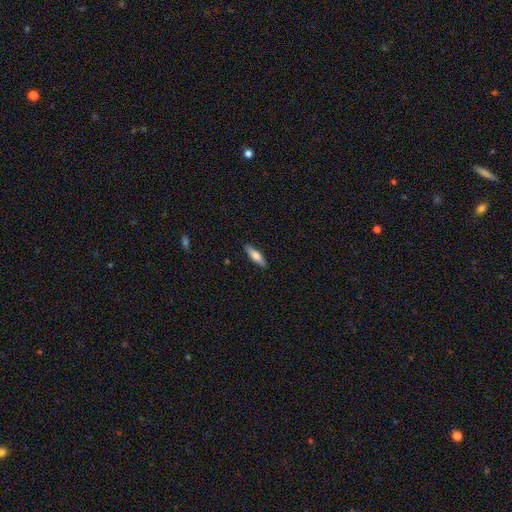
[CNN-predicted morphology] smooth-or-featured: smooth: 68% | featured or disk: 26% | star or artifact: 6%
  how-rounded: cigar-shaped: 61% | in between: 37% | round: 2%
  merging: none: 89% | minor disturbance: 8% | major disturbance: 2% | merger: 1%